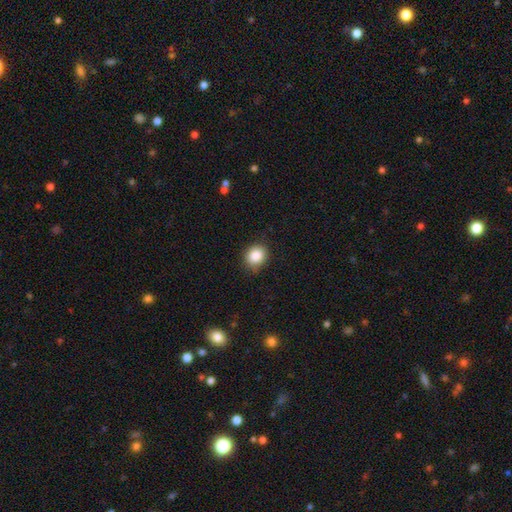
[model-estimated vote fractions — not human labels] A smooth galaxy with no disk features (86%) that is round (71%).

Vote fractions:
- Smooth or featured? smooth: 86% / star or artifact: 9% / featured or disk: 4%
- How rounded? round: 71% / in between: 28% / cigar-shaped: 1%
- Merging? none: 82% / minor disturbance: 14% / major disturbance: 3% / merger: 1%